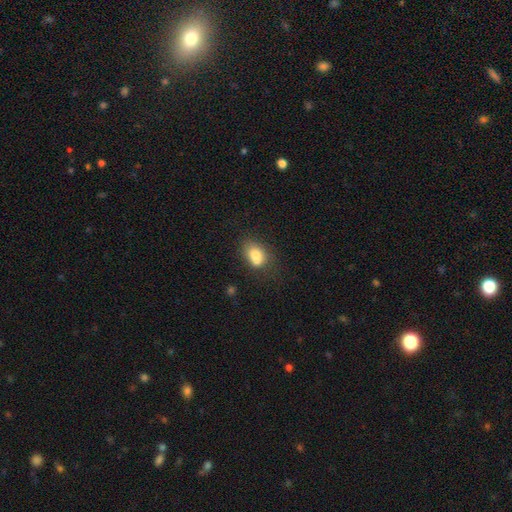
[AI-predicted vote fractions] smooth_or_featured: smooth (p=0.73) [alt: featured or disk p=0.17]
how_rounded: in between (p=0.69) [alt: round p=0.29]
merging: none (p=0.40) [alt: merger p=0.34]